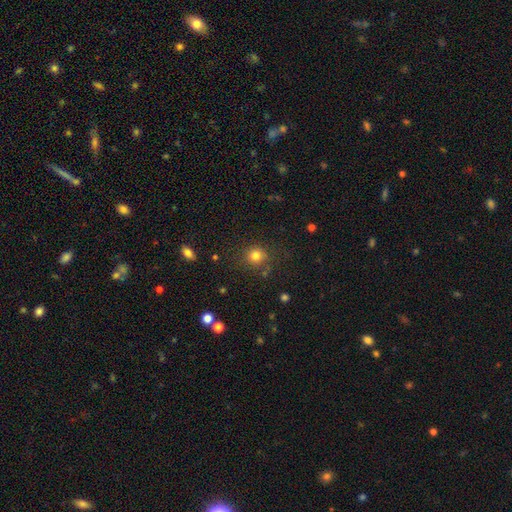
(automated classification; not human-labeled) smooth 80%, star or artifact 14%, featured or disk 6%. Down the decision tree: how rounded — round (89%); merging — none (81%).